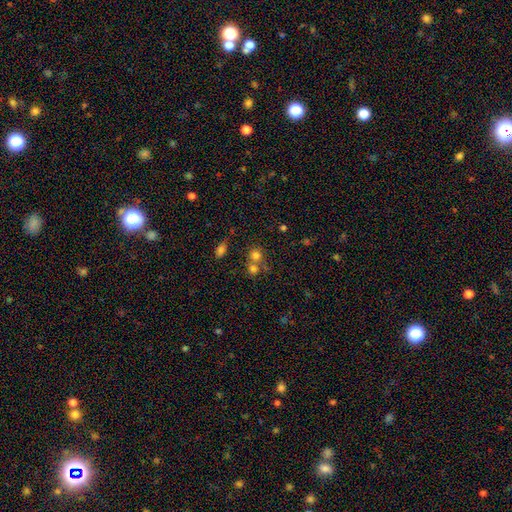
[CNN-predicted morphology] Smooth or featured?
  - smooth: 75% *
  - star or artifact: 16%
  - featured or disk: 10%
How rounded?
  - round: 84% *
  - in between: 15%
  - cigar-shaped: 1%
Merging?
  - none: 49% *
  - merger: 39%
  - minor disturbance: 8%
  - major disturbance: 4%